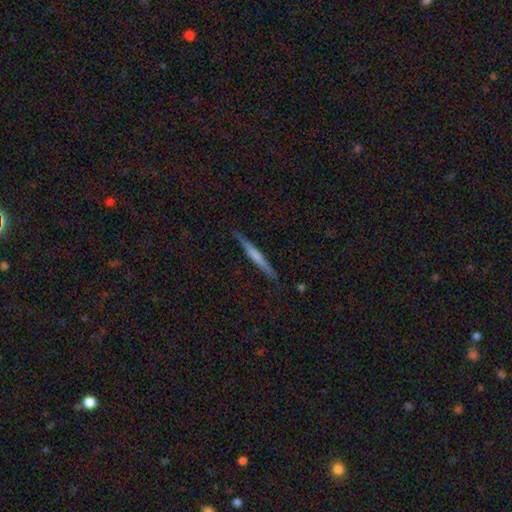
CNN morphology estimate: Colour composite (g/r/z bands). It shows a smooth galaxy with no disk features (48%). Merging: none (87%).